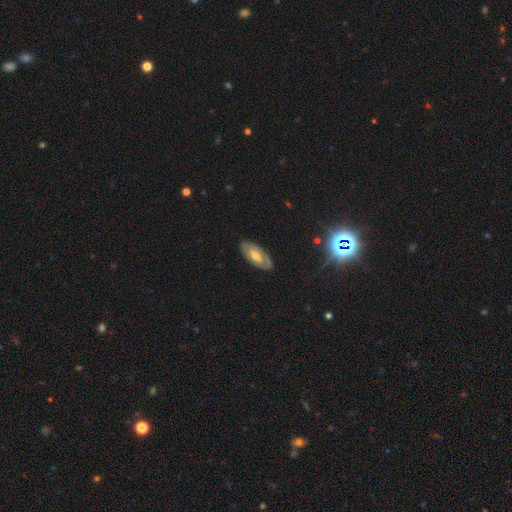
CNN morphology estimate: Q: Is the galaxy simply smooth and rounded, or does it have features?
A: featured or disk — 63%.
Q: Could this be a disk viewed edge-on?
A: no — 87%.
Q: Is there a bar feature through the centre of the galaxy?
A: no — 49%.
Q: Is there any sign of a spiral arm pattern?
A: yes — 58%.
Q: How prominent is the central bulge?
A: moderate — 68%.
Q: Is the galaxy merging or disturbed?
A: none — 84%.